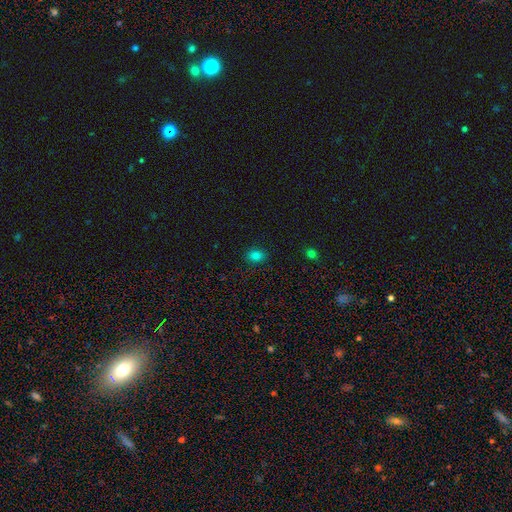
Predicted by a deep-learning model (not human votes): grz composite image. It shows a smooth galaxy with no disk features (81%) that is in between round and cigar-shaped (62%). Merging: none (89%).